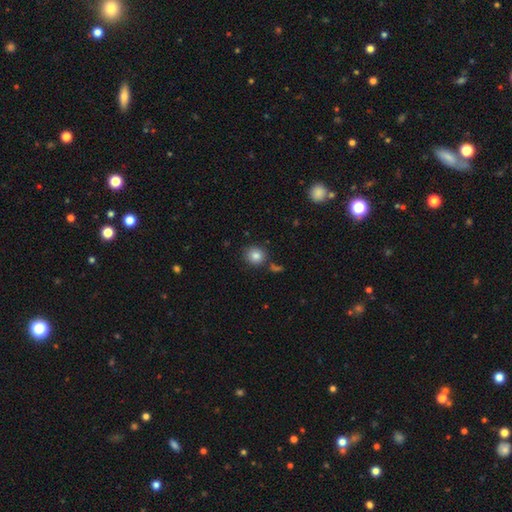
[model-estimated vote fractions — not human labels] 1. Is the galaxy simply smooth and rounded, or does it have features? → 84% smooth, 10% star or artifact, 6% featured or disk.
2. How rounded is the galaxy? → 88% round, 11% in between, 1% cigar-shaped.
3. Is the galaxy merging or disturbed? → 82% none, 10% minor disturbance, 6% merger, 3% major disturbance.